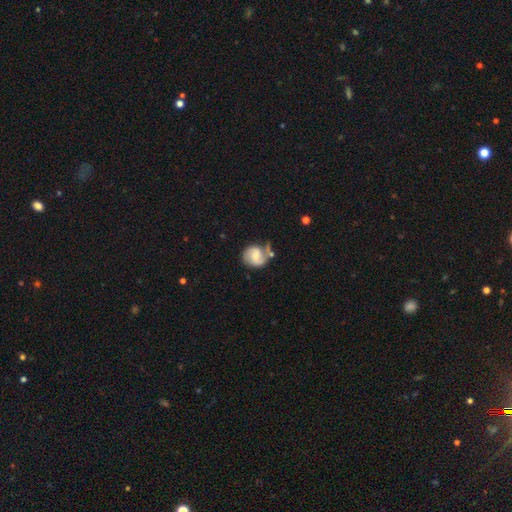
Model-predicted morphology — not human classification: Smooth or featured? Predicted: featured or disk (p=0.63). Edge-on disk? Predicted: no (p=0.98). Bar? Predicted: weak (p=0.48). Spiral arms? Predicted: yes (p=0.89). Spiral winding? Predicted: medium (p=0.45). Spiral arm count? Predicted: 2 (p=0.76). Bulge size? Predicted: small (p=0.42). Merging? Predicted: none (p=0.48).